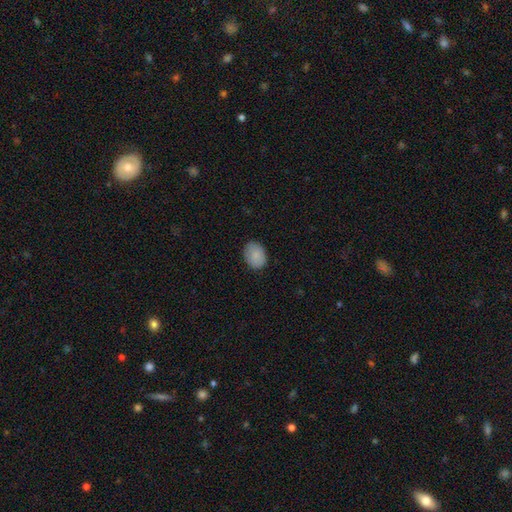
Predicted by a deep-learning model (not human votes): This appears to be a smooth galaxy with no disk features (86%) that is in between round and cigar-shaped (67%). Merging: none (86%).